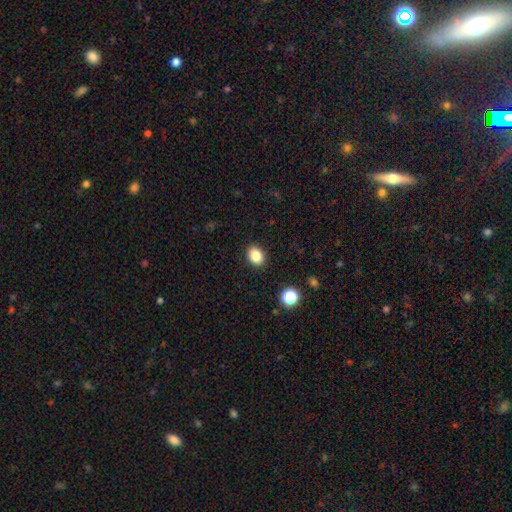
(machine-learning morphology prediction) This is clearly a smooth galaxy (85%). How rounded: likely in between (62%). Merging: clearly none (89%).